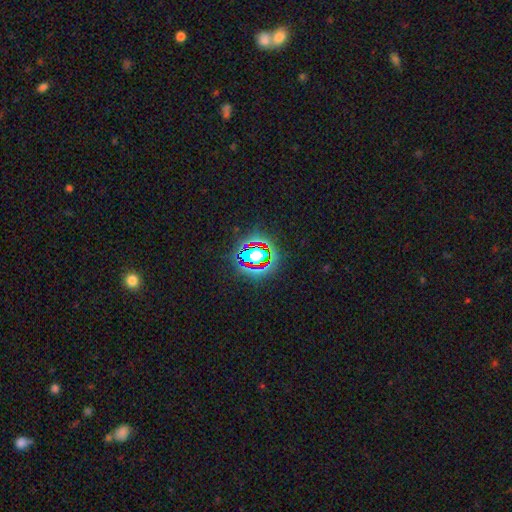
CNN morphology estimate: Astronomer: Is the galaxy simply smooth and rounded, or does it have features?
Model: star or artifact — 63%.